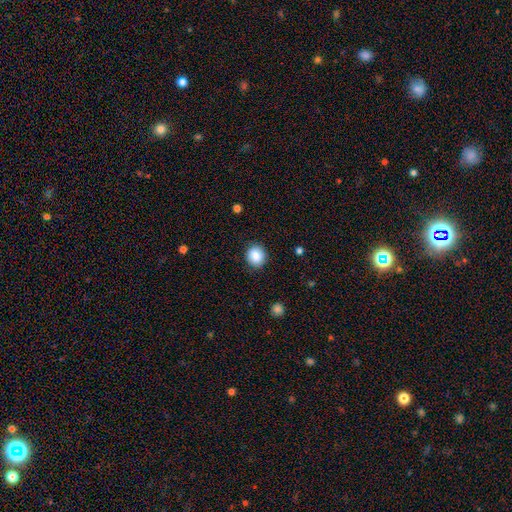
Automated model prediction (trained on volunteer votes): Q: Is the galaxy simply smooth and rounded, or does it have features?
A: smooth — 87%.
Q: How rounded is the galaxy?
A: round — 81%.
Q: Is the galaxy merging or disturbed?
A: none — 88%.